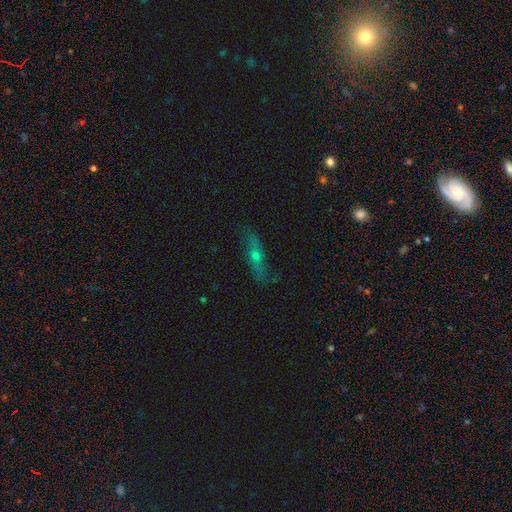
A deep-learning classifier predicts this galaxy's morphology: Smooth or featured?
  - featured or disk: 60% *
  - smooth: 27%
  - star or artifact: 13%
Edge-on disk?
  - yes: 58% *
  - no: 42%
Merging?
  - none: 78% *
  - minor disturbance: 15%
  - major disturbance: 5%
  - merger: 2%